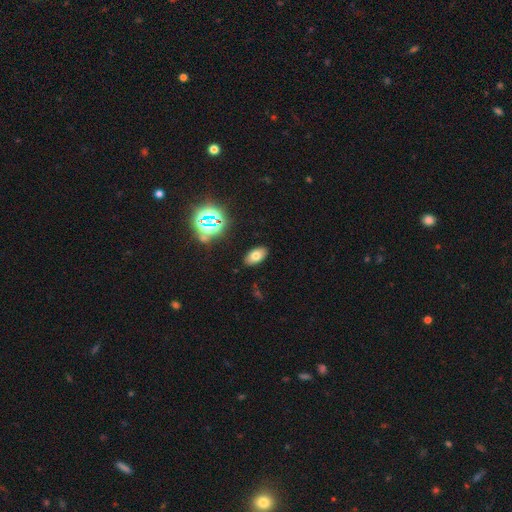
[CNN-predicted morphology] Overall: smooth (67%). How rounded: in between (92%). Merging: none (88%).